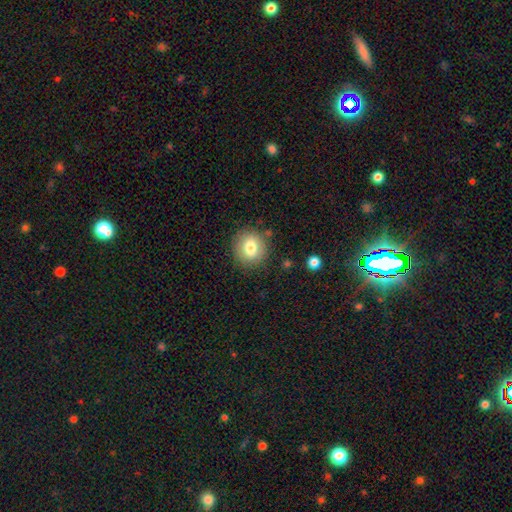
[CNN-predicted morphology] smooth 59%, star or artifact 30%, featured or disk 10%. Down the decision tree: how rounded — round (88%); merging — none (89%).